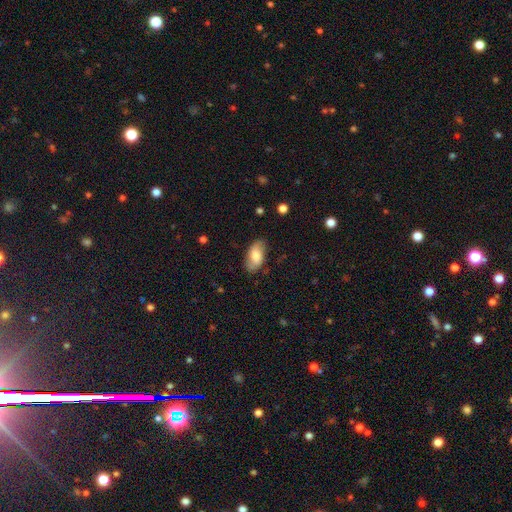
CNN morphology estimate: This appears to be a smooth galaxy with no disk features (71%) that is in between round and cigar-shaped (93%). Merging: none (80%).